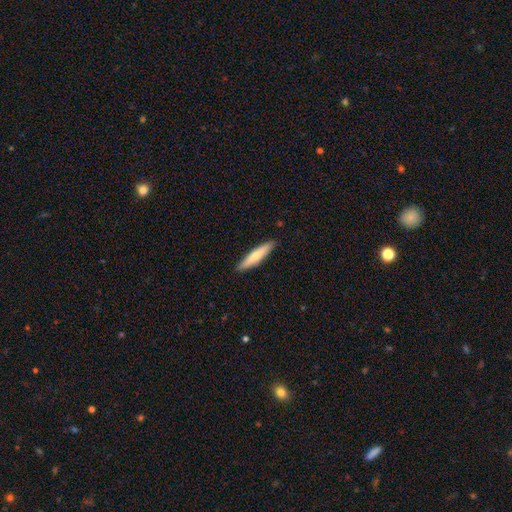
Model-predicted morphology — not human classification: smooth-or-featured: smooth: 67% | featured or disk: 28% | star or artifact: 5%
  how-rounded: cigar-shaped: 88% | in between: 11% | round: 1%
  merging: none: 89% | minor disturbance: 8% | major disturbance: 2% | merger: 1%